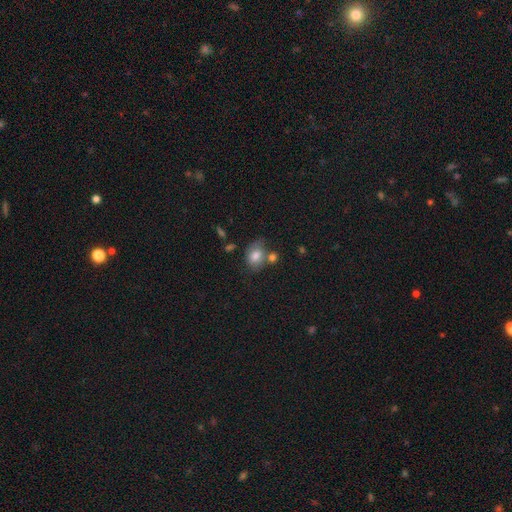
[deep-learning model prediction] The model was most divided on "merging": none: 48%, minor disturbance: 22%, merger: 21%, major disturbance: 8%. More confident: smooth or featured — smooth (75%); how rounded — in between (67%).